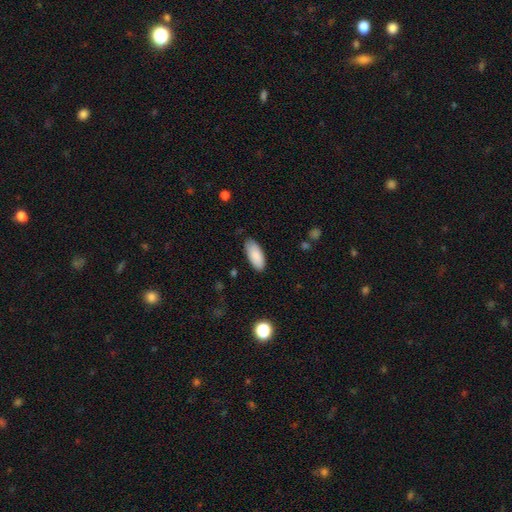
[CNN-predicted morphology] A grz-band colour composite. It shows a smooth galaxy with no disk features (88%) that is in between round and cigar-shaped (88%). Merging: none (83%).